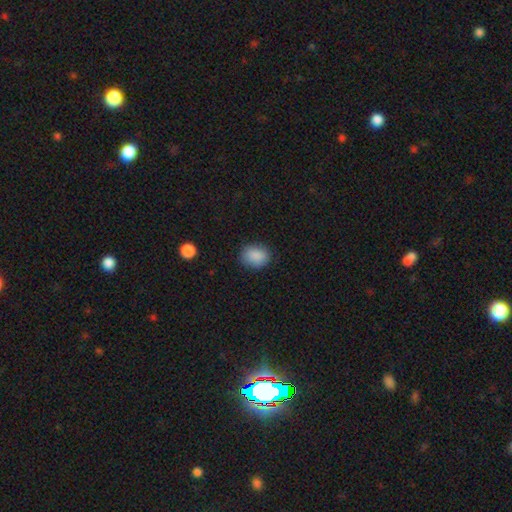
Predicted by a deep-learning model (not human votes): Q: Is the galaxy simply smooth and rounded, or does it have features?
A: smooth — 88%.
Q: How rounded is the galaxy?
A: in between — 55%.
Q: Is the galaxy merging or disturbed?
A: none — 83%.